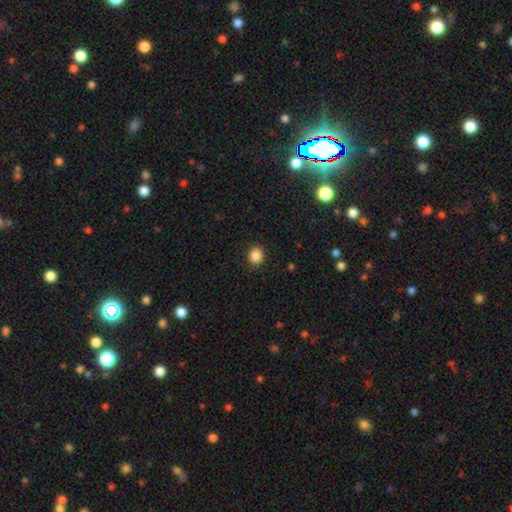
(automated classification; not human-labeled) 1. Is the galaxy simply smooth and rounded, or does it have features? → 87% smooth, 10% star or artifact, 3% featured or disk.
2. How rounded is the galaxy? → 77% round, 22% in between, 1% cigar-shaped.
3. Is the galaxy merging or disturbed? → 90% none, 7% minor disturbance, 2% major disturbance, 1% merger.